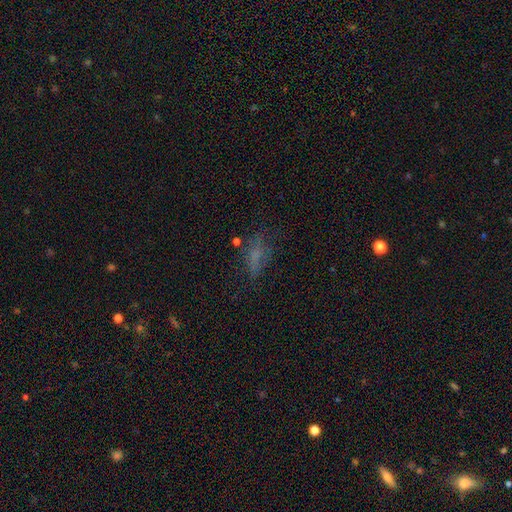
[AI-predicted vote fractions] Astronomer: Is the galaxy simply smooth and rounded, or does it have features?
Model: smooth — 50% (runner-up: star or artifact, 25%).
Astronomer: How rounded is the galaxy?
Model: in between — 70%.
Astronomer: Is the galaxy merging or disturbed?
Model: none — 53%.